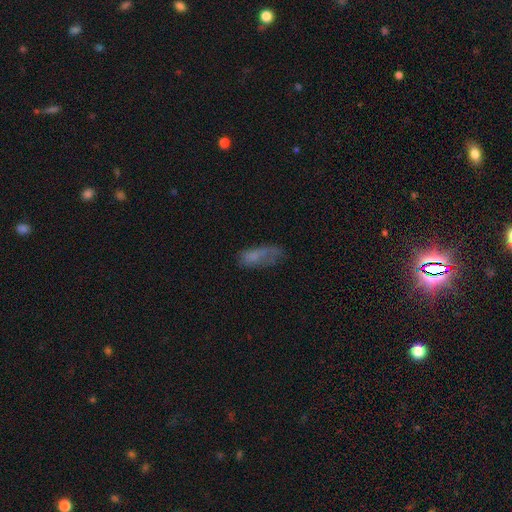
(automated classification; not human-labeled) A smooth galaxy with no disk features (63%) that is in between round and cigar-shaped (74%). Merging: none (40%).